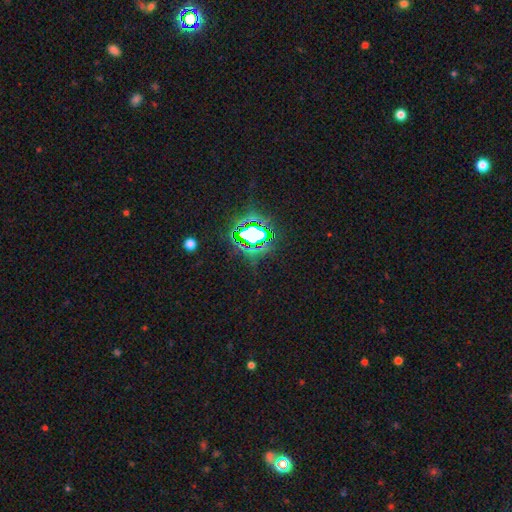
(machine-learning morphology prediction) The model was most divided on "smooth or featured": star or artifact: 82%, smooth: 11%, featured or disk: 7%.